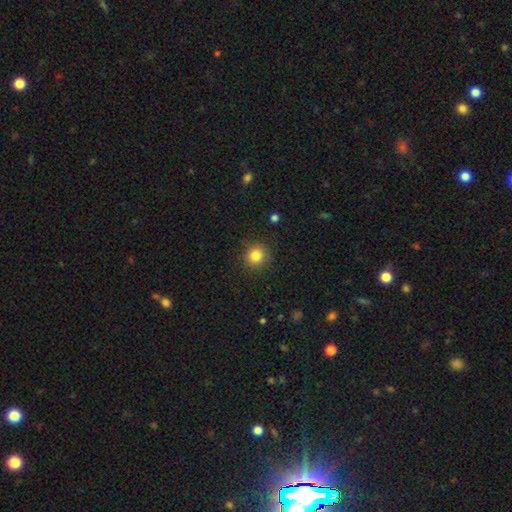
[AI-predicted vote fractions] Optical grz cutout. It shows a smooth galaxy with no disk features (84%) that is round (91%). Merging: none (89%).